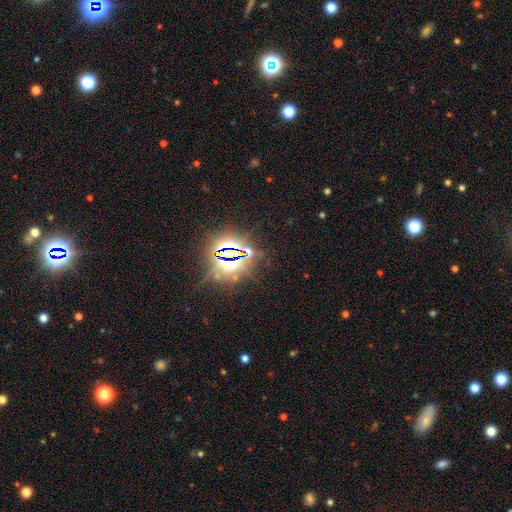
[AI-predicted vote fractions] Smooth or featured?
  - star or artifact: 84% *
  - smooth: 9%
  - featured or disk: 7%